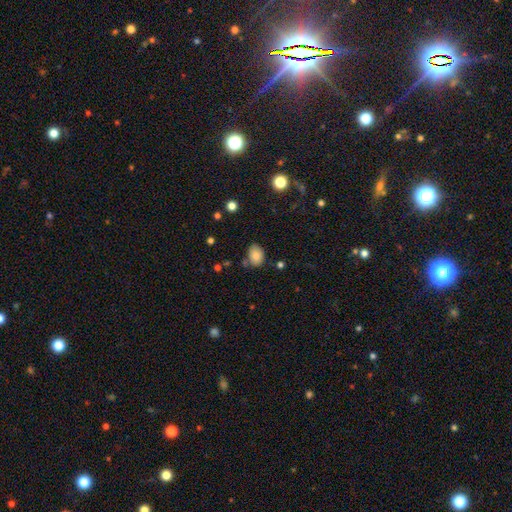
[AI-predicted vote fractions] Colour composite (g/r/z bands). It shows a smooth galaxy with no disk features (84%) that is in between round and cigar-shaped (73%). Merging: none (66%).